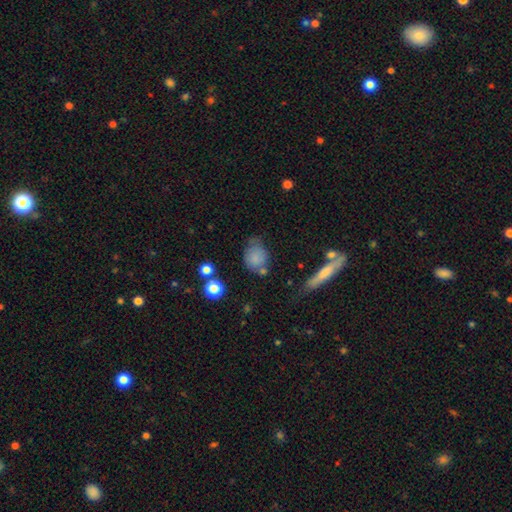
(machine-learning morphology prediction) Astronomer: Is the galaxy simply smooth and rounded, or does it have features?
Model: smooth — 78%.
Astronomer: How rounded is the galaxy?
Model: in between — 52% (runner-up: round, 46%).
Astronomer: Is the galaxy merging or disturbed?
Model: none — 49% (runner-up: minor disturbance, 28%).